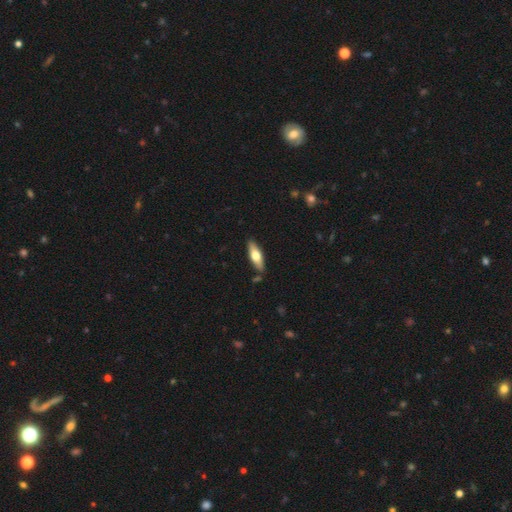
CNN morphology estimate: A smooth galaxy with no disk features (57%) that is cigar-shaped (50%). Merging: none (85%).